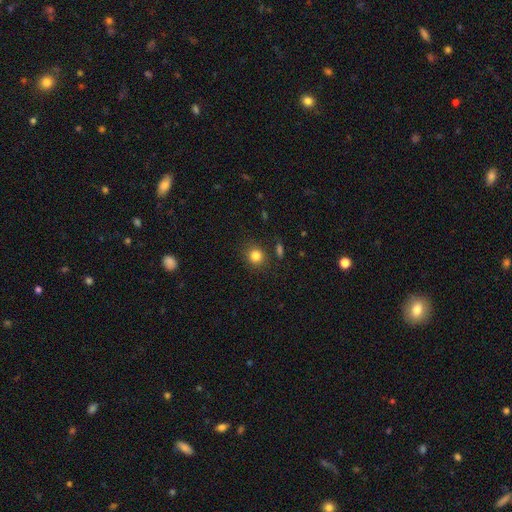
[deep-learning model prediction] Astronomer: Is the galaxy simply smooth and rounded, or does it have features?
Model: smooth — 83%.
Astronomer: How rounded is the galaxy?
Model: round — 82%.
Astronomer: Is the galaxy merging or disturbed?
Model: none — 84%.